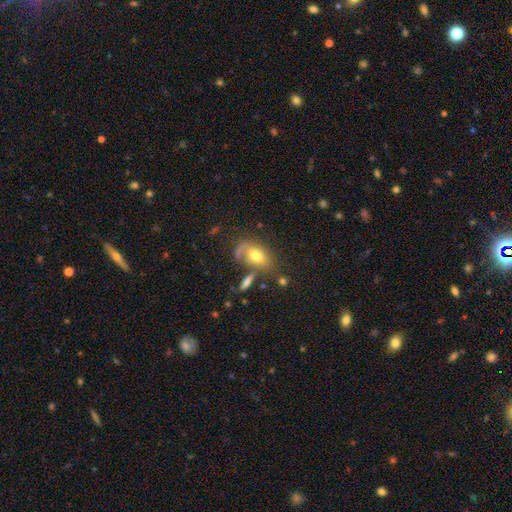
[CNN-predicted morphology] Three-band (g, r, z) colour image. It shows a smooth galaxy with no disk features (63%) that is in between round and cigar-shaped (81%). Merging: none (45%).